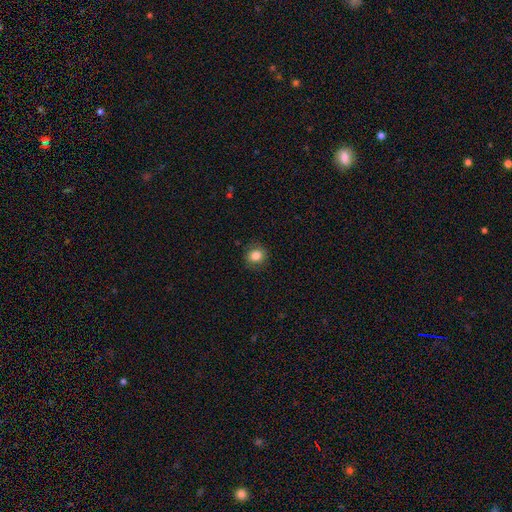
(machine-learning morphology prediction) A smooth galaxy with no disk features (85%) that is round (78%).

Vote fractions:
- Smooth or featured? smooth: 85% / star or artifact: 10% / featured or disk: 5%
- How rounded? round: 78% / in between: 21% / cigar-shaped: 1%
- Merging? none: 88% / minor disturbance: 9% / major disturbance: 2% / merger: 1%